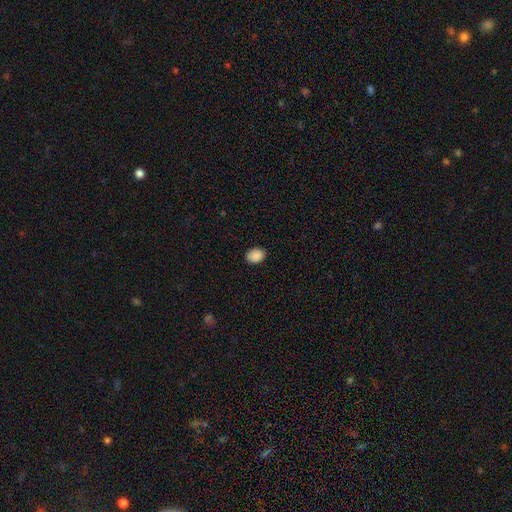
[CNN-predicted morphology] A smooth galaxy with no disk features (89%) that is in between round and cigar-shaped (69%).

Vote fractions:
- Smooth or featured? smooth: 89% / star or artifact: 8% / featured or disk: 3%
- How rounded? in between: 69% / round: 30% / cigar-shaped: 1%
- Merging? none: 87% / minor disturbance: 10% / major disturbance: 2% / merger: 1%